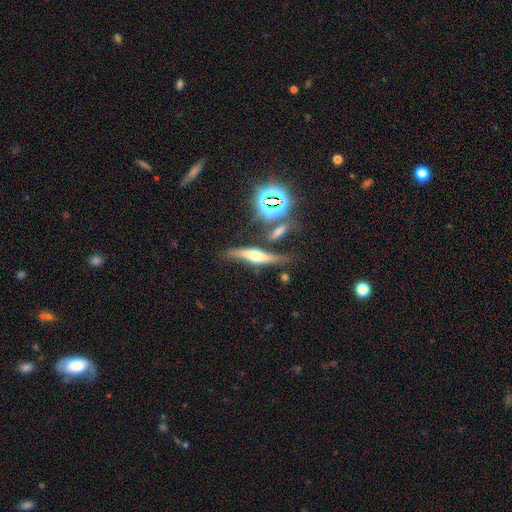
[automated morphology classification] Overall: featured or disk (63%; smooth 25%). Edge-on disk: yes (86%). Edge-on bulge: rounded (88%). Merging: none (65%).